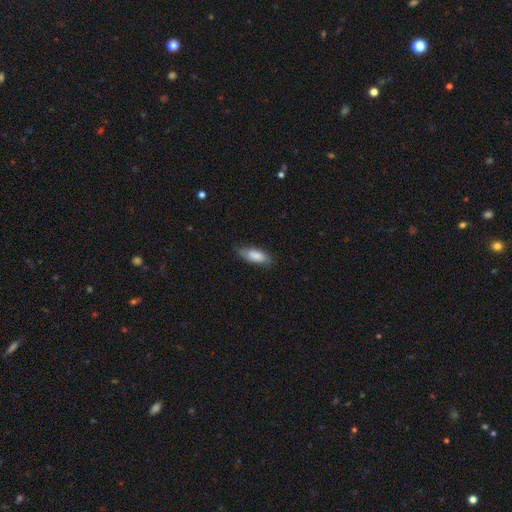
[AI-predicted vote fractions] Smooth or featured? smooth (82%)
How rounded? in between (77%)
Merging? none (74%)